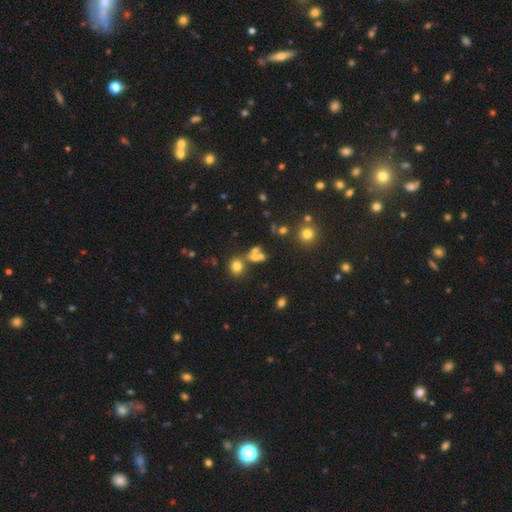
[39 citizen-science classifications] Smooth or featured? smooth (49%)
How rounded? round (63%)
Merging? merger (46%)